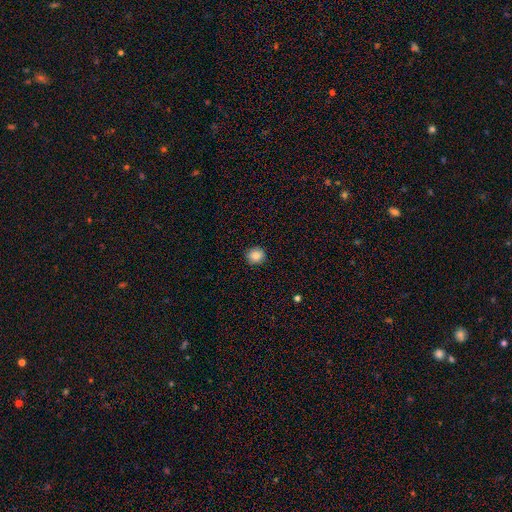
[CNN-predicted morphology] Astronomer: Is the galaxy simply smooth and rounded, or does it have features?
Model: smooth — 86%.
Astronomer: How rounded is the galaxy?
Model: round — 88%.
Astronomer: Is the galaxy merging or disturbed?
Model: none — 91%.